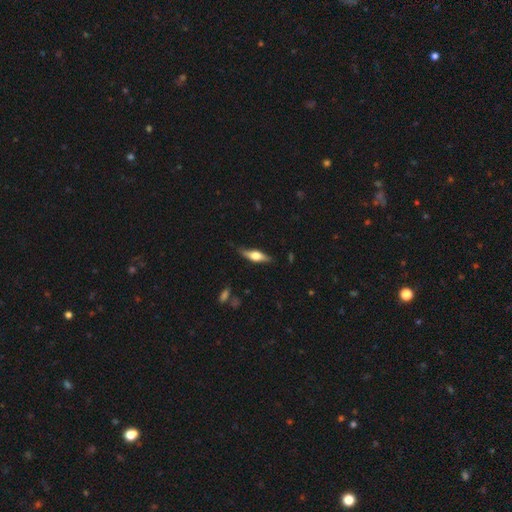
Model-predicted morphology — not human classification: Overall: featured or disk (58%; smooth 36%). Edge-on disk: yes (91%). Edge-on bulge: rounded (89%). Merging: none (75%).